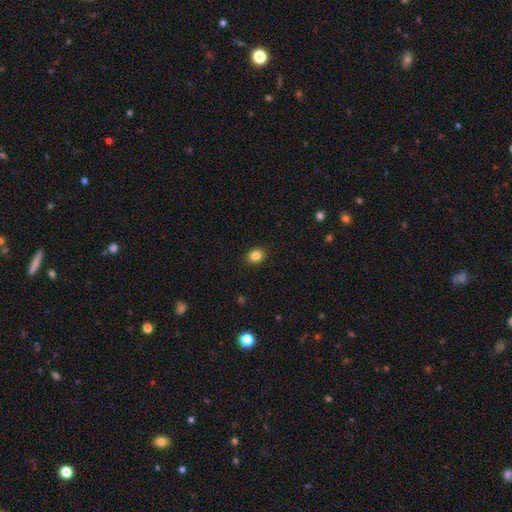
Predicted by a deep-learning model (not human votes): This is clearly a smooth galaxy (85%). How rounded: possibly round (55%). Merging: clearly none (90%).